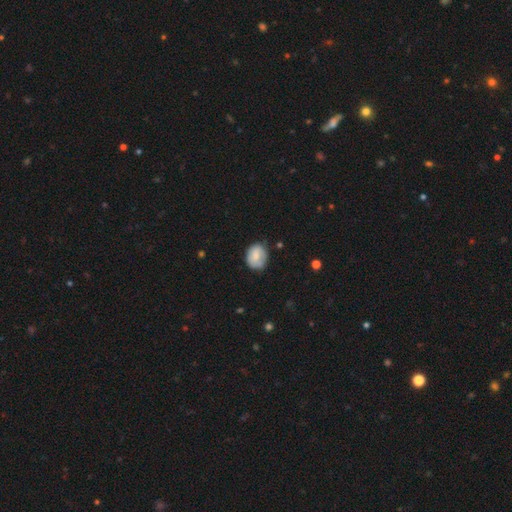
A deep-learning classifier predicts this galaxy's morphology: A smooth galaxy with no disk features (78%) that is round (60%). Merging: none (68%).